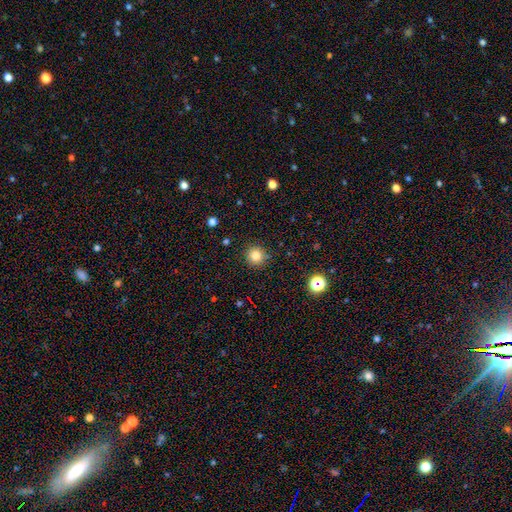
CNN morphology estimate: Smooth or featured?
  - smooth: 82% *
  - star or artifact: 13%
  - featured or disk: 6%
How rounded?
  - round: 94% *
  - in between: 5%
  - cigar-shaped: 1%
Merging?
  - none: 89% *
  - minor disturbance: 7%
  - major disturbance: 2%
  - merger: 1%